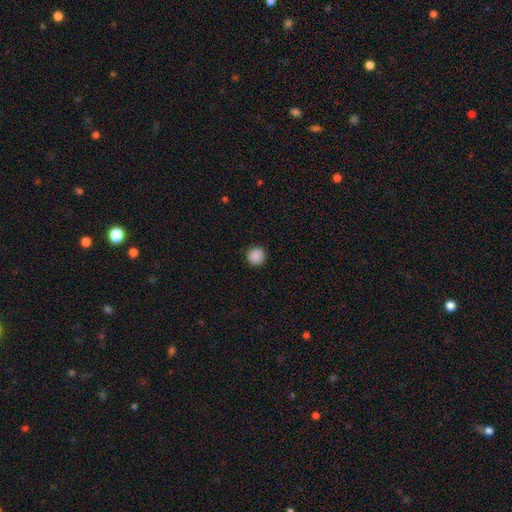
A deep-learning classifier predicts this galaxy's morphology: The model was most divided on "smooth or featured": smooth: 89%, star or artifact: 8%, featured or disk: 3%. More confident: how rounded — round (95%); merging — none (91%).